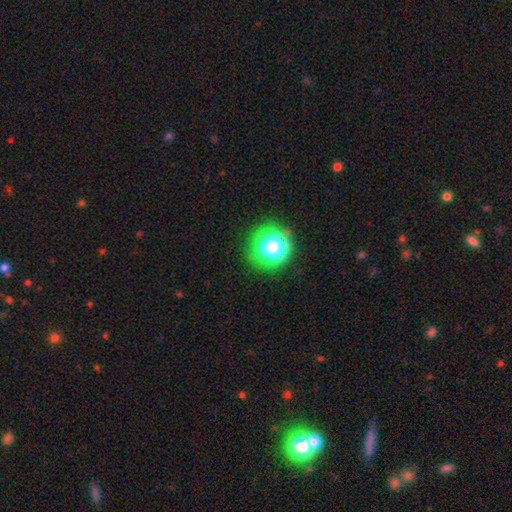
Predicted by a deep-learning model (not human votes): Q: Smooth or featured?
A: star or artifact (71%); runner-up: smooth (23%)